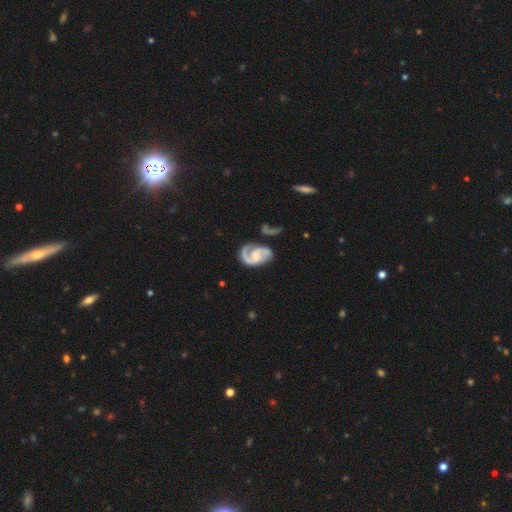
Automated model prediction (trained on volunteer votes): Smooth or featured? Predicted: featured or disk (p=0.90). Edge-on disk? Predicted: no (p=0.98). Bar? Predicted: no (p=0.50). Spiral arms? Predicted: yes (p=0.97). Spiral winding? Predicted: medium (p=0.55). Spiral arm count? Predicted: 2 (p=0.90). Bulge size? Predicted: small (p=0.42). Merging? Predicted: none (p=0.61).